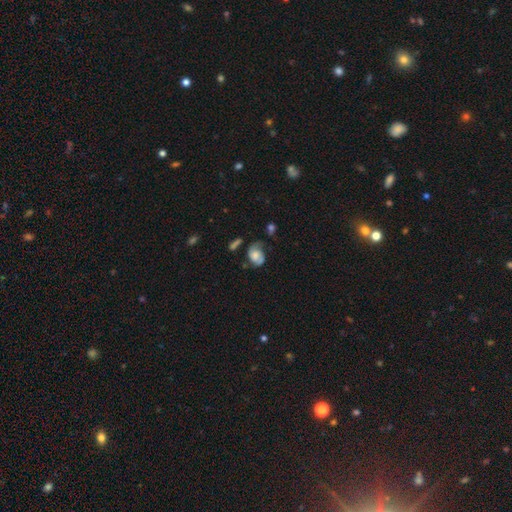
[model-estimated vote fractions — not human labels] Overall: featured or disk (59%; smooth 33%). Edge-on disk: no (97%). Bar: no (73%). Spiral arms: yes (85%). Bulge size: moderate (41%; small 23%). Merging: none (46%; minor disturbance 27%).